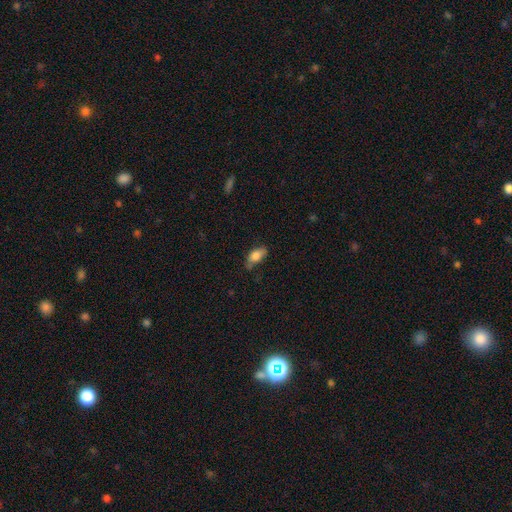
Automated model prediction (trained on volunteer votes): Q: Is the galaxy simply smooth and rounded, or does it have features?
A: smooth — 77%.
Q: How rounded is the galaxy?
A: in between — 87%.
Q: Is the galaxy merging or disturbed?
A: none — 60%.